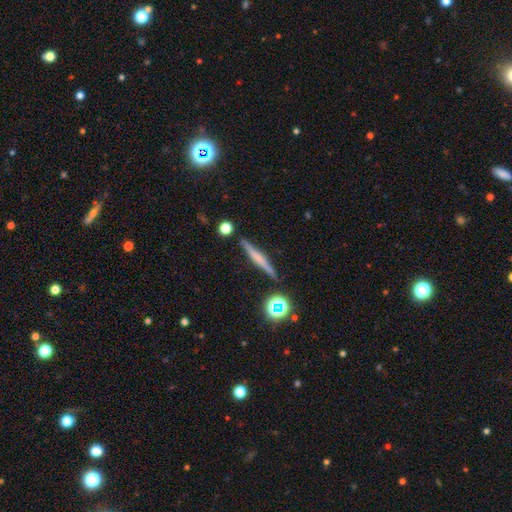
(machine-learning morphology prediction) featured or disk 55%, smooth 35%, star or artifact 11%. Down the decision tree: edge-on disk — yes (97%); edge-on bulge — none (45%); merging — none (89%).